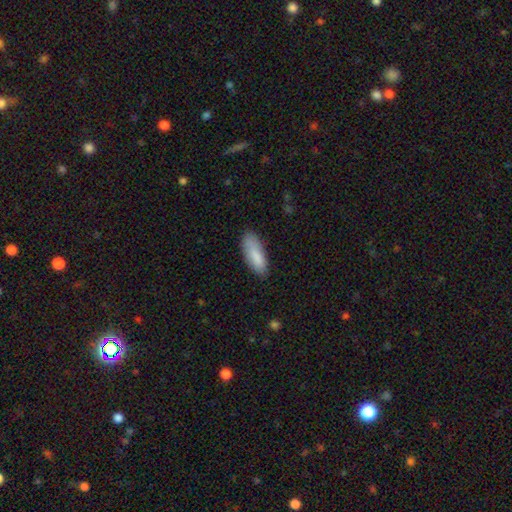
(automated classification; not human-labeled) Q: Smooth or featured?
A: smooth (85%); runner-up: featured or disk (9%)
Q: How rounded?
A: in between (70%); runner-up: cigar-shaped (29%)
Q: Merging?
A: none (76%); runner-up: minor disturbance (19%)